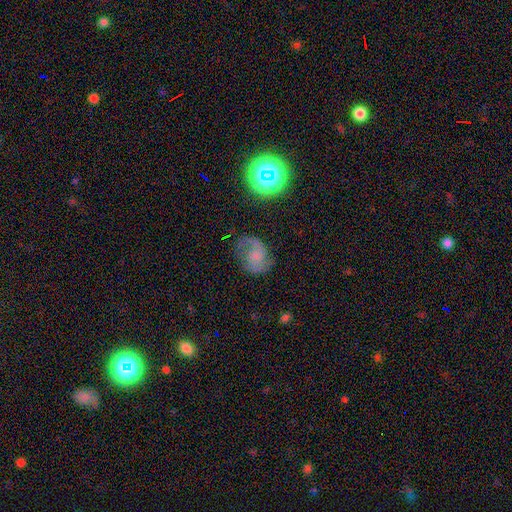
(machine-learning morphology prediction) Smooth or featured: featured or disk — 72% (smooth — 17%)
Edge-on disk: no — 98% (yes — 2%)
Bar: no — 65% (weak — 29%)
Spiral arms: yes — 93% (no — 7%)
Spiral winding: medium — 48% (loose — 35%)
Spiral arm count: 2 — 79% (1 — 12%)
Bulge size: none — 36% (small — 35%)
Merging: none — 58% (minor disturbance — 22%)